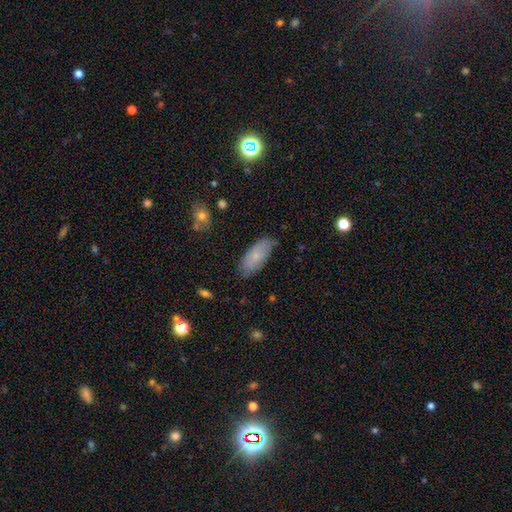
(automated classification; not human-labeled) This is likely a smooth galaxy (71%). How rounded: clearly in between (86%). Merging: likely none (75%).